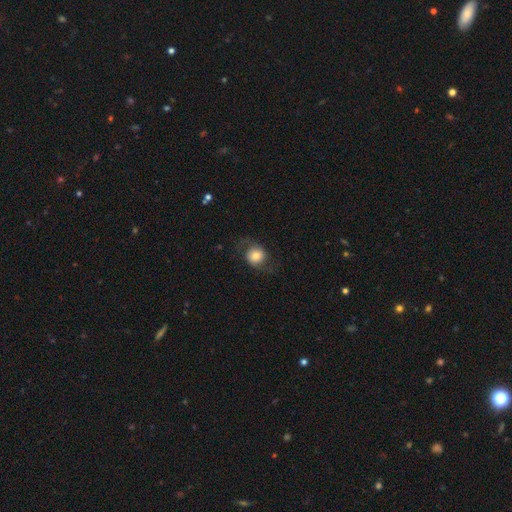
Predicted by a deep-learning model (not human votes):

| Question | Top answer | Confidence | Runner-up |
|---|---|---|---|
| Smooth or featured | smooth | 47% | featured or disk (44%) |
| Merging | none | 69% | minor disturbance (16%) |